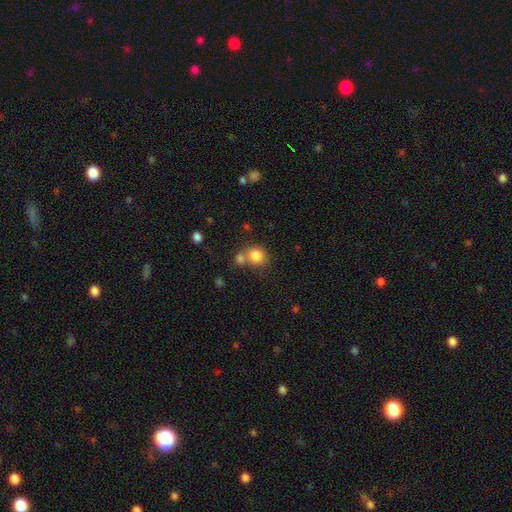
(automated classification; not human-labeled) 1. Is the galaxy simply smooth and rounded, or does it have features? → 83% smooth, 10% star or artifact, 7% featured or disk.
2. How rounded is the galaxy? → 84% round, 15% in between, 1% cigar-shaped.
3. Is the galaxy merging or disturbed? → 52% none, 34% merger, 10% minor disturbance, 4% major disturbance.